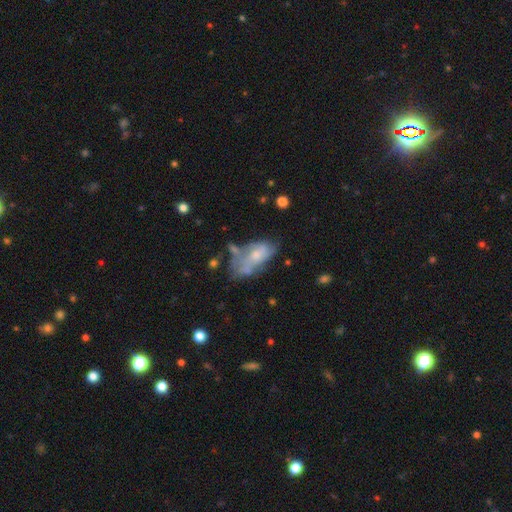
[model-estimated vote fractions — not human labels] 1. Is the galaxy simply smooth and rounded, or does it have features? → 47% featured or disk, 44% smooth, 9% star or artifact.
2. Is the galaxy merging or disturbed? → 31% none, 26% minor disturbance, 26% major disturbance, 17% merger.